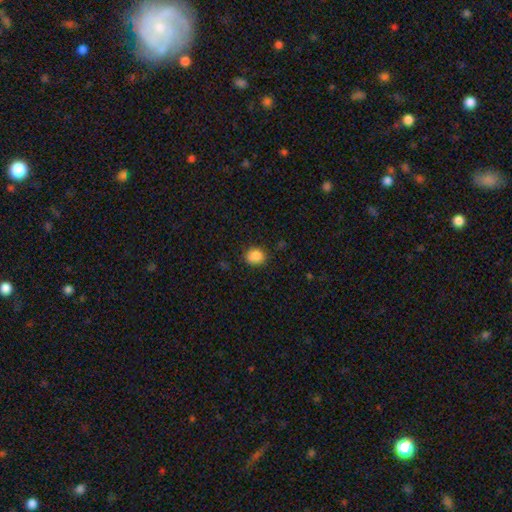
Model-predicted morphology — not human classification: Smooth or featured? smooth (86%)
How rounded? round (73%)
Merging? none (81%)